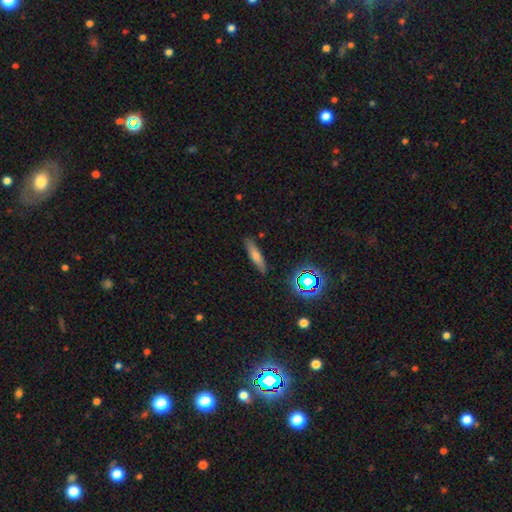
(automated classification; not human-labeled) Smooth or featured? smooth (62%)
How rounded? cigar-shaped (75%)
Merging? none (87%)